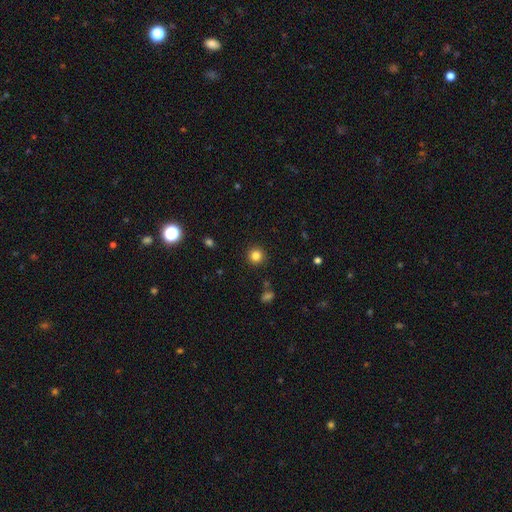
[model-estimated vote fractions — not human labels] Smooth or featured? smooth (83%)
How rounded? round (94%)
Merging? none (91%)